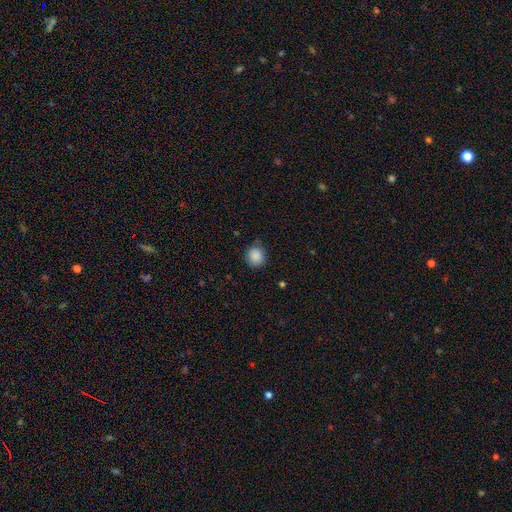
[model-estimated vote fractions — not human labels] smooth-or-featured: smooth: 88% | star or artifact: 9% | featured or disk: 3%
  how-rounded: round: 86% | in between: 13% | cigar-shaped: 1%
  merging: none: 81% | minor disturbance: 14% | major disturbance: 3% | merger: 1%